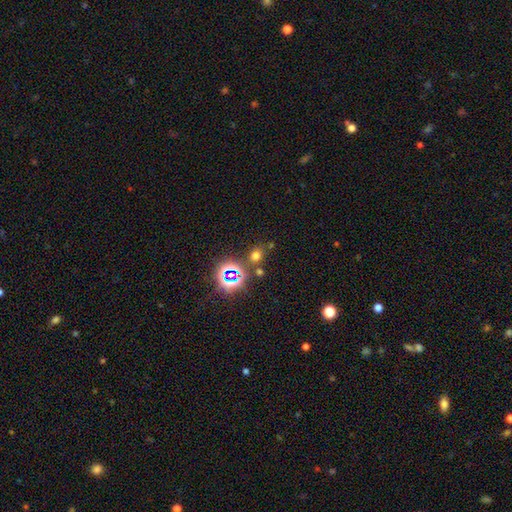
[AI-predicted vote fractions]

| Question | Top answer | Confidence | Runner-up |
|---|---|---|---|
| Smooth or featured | smooth | 58% | star or artifact (34%) |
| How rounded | round | 73% | in between (26%) |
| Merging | none | 76% | merger (11%) |